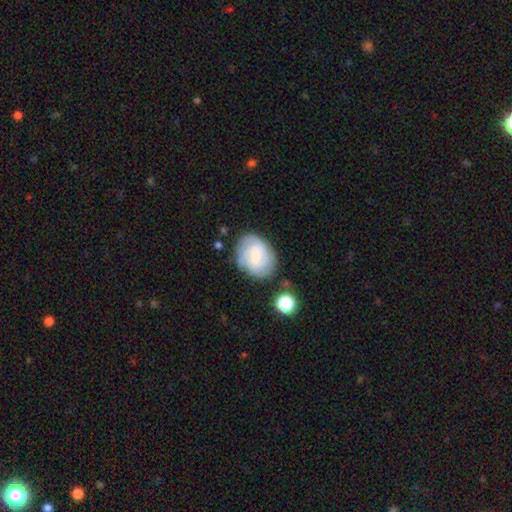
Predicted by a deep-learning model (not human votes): The model was most divided on "bar" (2-way tie): no: 46%, weak: 46%, strong: 8%. More confident: edge-on disk — no (97%); spiral arms — yes (85%); merging — none (72%); smooth or featured — featured or disk (54%); bulge size — small (51%).